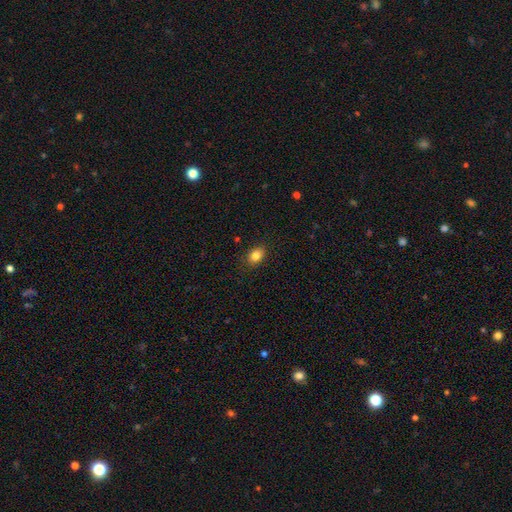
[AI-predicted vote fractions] Overall: smooth (84%). How rounded: in between (74%). Merging: none (86%).